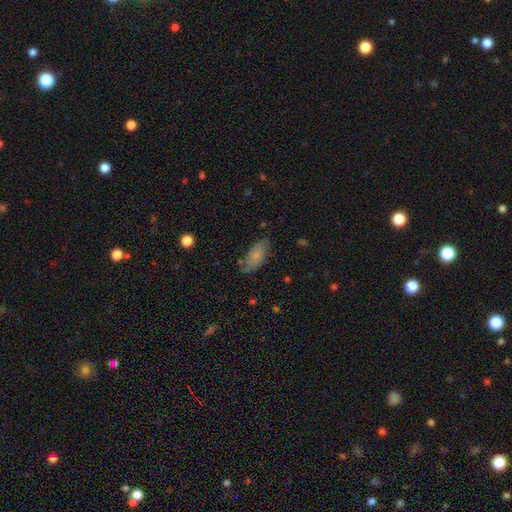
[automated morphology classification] Smooth or featured? Predicted: smooth (p=0.72). How rounded? Predicted: in between (p=0.85). Merging? Predicted: none (p=0.71).